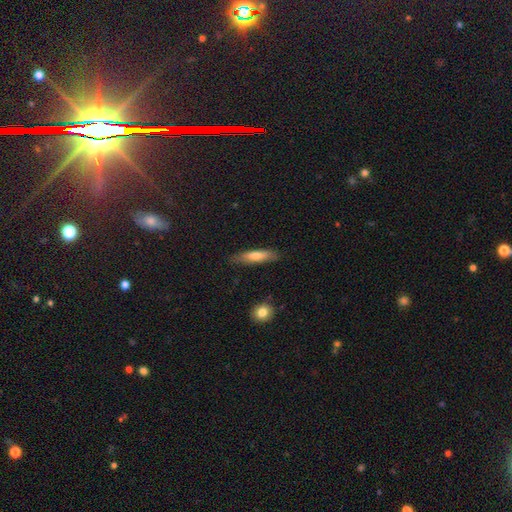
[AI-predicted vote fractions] Smooth or featured?
  - smooth: 69% *
  - featured or disk: 25%
  - star or artifact: 7%
How rounded?
  - cigar-shaped: 79% *
  - in between: 19%
  - round: 2%
Merging?
  - none: 83% *
  - minor disturbance: 13%
  - major disturbance: 3%
  - merger: 1%